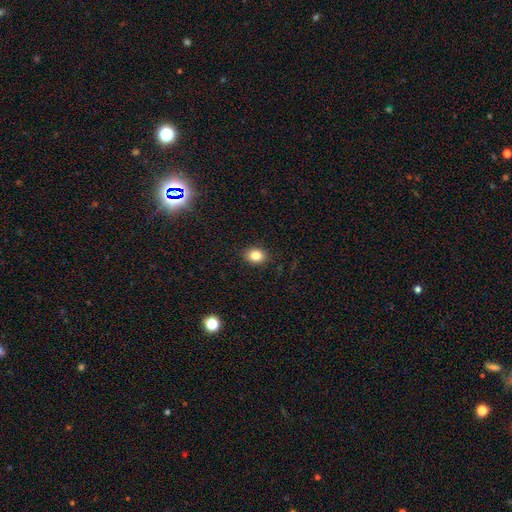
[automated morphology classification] Smooth or featured? smooth (84%)
How rounded? in between (56%)
Merging? none (88%)